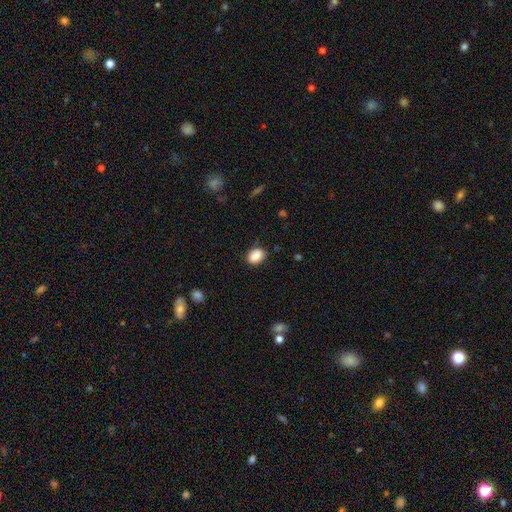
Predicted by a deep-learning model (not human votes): Smooth or featured: smooth — 89% (star or artifact — 8%)
How rounded: in between — 70% (round — 29%)
Merging: none — 82% (minor disturbance — 13%)